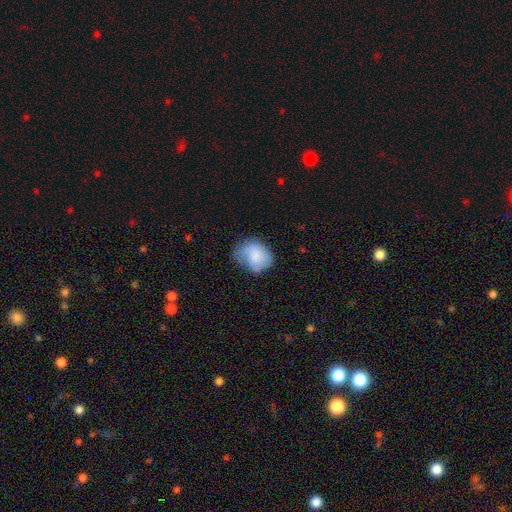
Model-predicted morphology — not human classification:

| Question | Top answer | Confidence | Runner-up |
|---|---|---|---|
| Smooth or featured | smooth | 69% | featured or disk (23%) |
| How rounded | in between | 54% | round (45%) |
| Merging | none | 44% | minor disturbance (36%) |